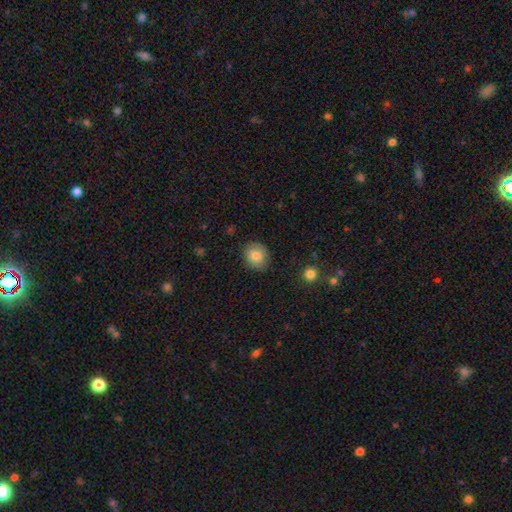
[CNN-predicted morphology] smooth_or_featured: smooth (p=0.83) [alt: featured or disk p=0.09]
how_rounded: round (p=0.81) [alt: in between p=0.18]
merging: none (p=0.85) [alt: minor disturbance p=0.11]